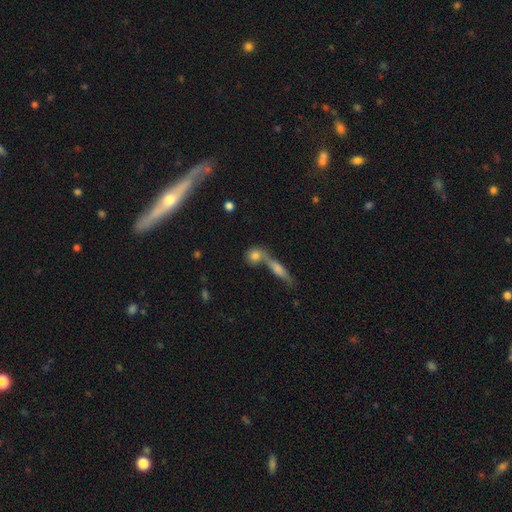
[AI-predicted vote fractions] Smooth or featured? Predicted: smooth (p=0.77). How rounded? Predicted: round (p=0.68). Merging? Predicted: none (p=0.45).